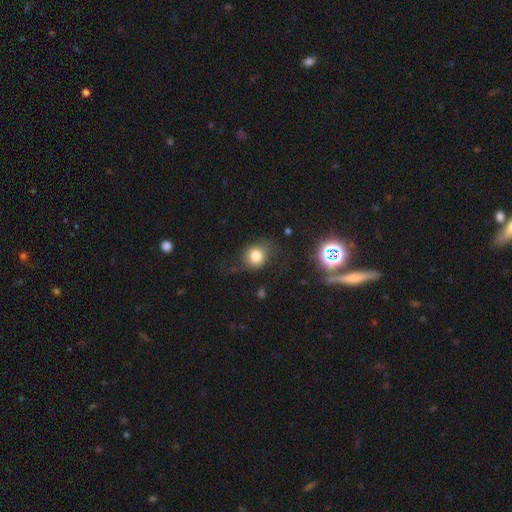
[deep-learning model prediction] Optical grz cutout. It shows a smooth galaxy with no disk features (74%) that is round (73%). Merging: none (61%).